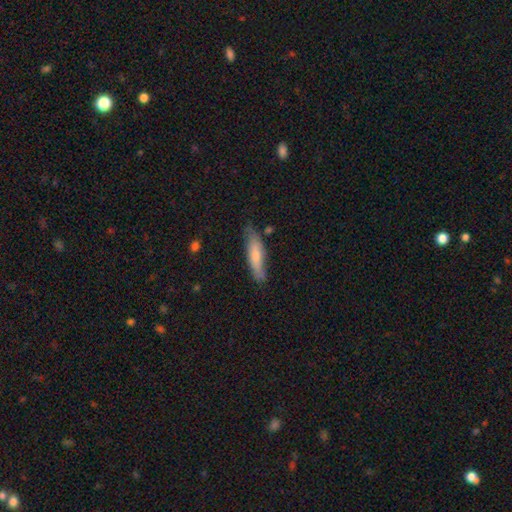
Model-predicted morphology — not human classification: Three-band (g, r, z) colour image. It shows a smooth galaxy with no disk features (67%) that is cigar-shaped (72%). Merging: none (73%).